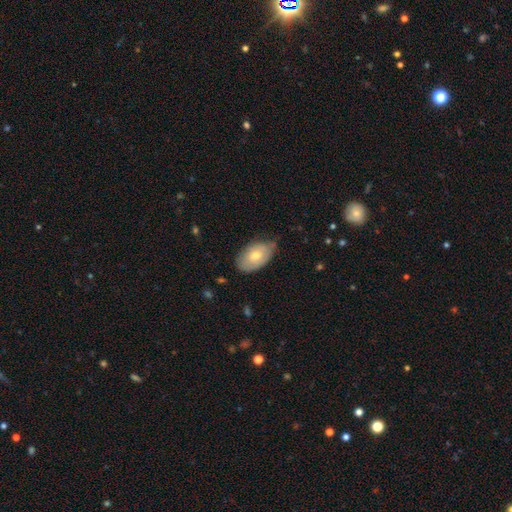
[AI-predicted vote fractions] smooth-or-featured: smooth: 67% | featured or disk: 27% | star or artifact: 6%
  how-rounded: in between: 92% | round: 6% | cigar-shaped: 2%
  merging: none: 60% | minor disturbance: 33% | major disturbance: 5% | merger: 2%